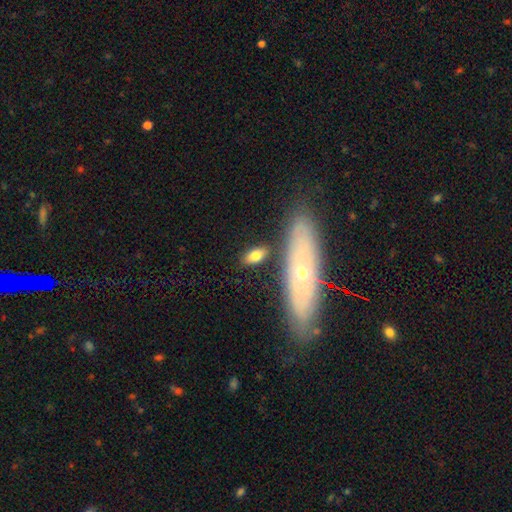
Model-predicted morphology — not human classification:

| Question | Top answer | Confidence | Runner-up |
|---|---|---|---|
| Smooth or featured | smooth | 74% | featured or disk (20%) |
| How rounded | in between | 83% | cigar-shaped (12%) |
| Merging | none | 78% | minor disturbance (12%) |